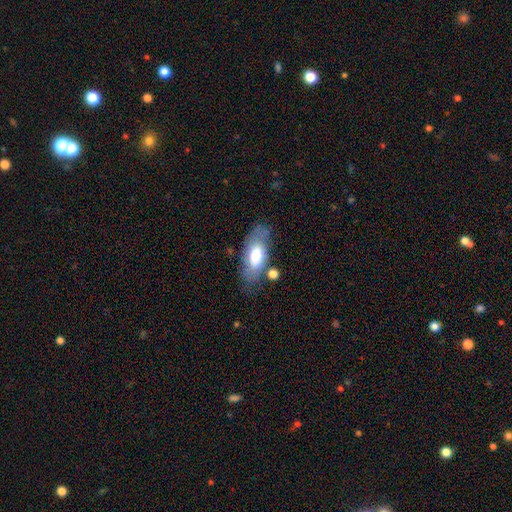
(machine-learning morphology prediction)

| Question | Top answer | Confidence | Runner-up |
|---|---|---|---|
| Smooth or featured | smooth | 69% | featured or disk (24%) |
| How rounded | in between | 87% | cigar-shaped (10%) |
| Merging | none | 67% | minor disturbance (20%) |